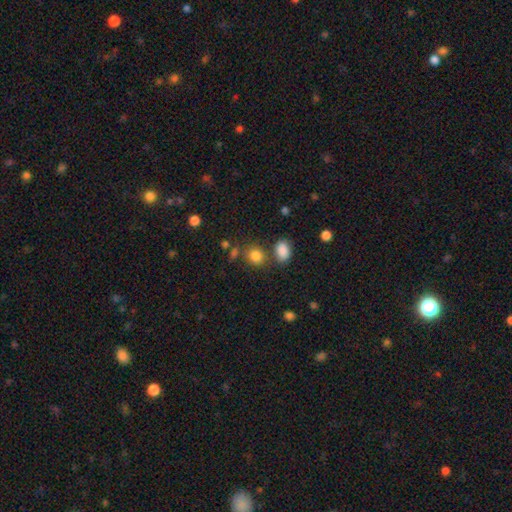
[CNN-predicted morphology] Q: Smooth or featured?
A: smooth (83%); runner-up: star or artifact (11%)
Q: How rounded?
A: round (66%); runner-up: in between (33%)
Q: Merging?
A: none (69%); runner-up: merger (15%)